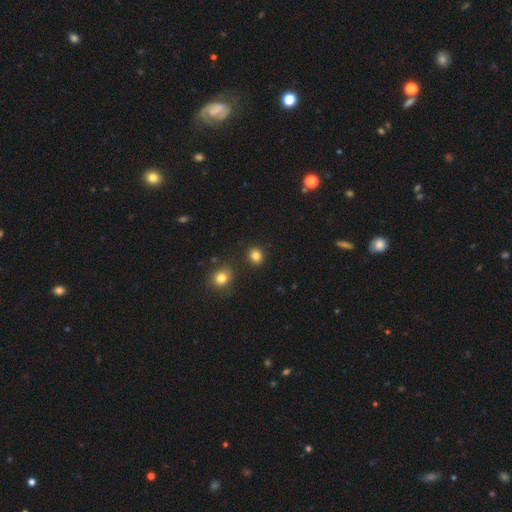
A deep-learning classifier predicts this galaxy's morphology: Q: Smooth or featured?
A: smooth (83%); runner-up: star or artifact (12%)
Q: How rounded?
A: round (79%); runner-up: in between (20%)
Q: Merging?
A: none (88%); runner-up: minor disturbance (7%)